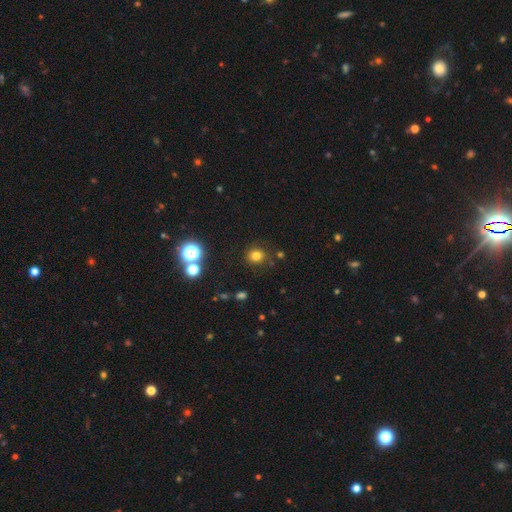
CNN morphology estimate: smooth_or_featured: smooth (p=0.77) [alt: star or artifact p=0.17]
how_rounded: round (p=0.82) [alt: in between p=0.17]
merging: none (p=0.85) [alt: minor disturbance p=0.09]